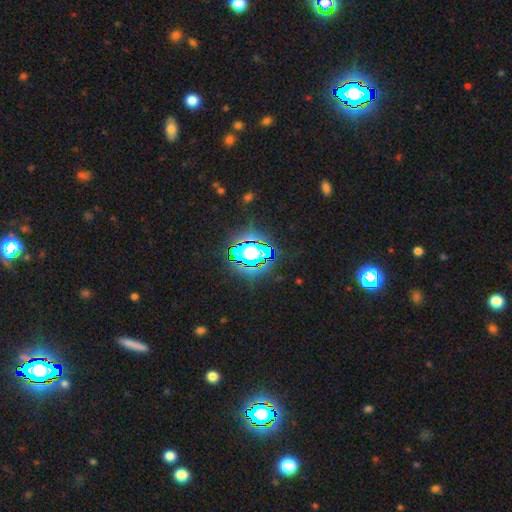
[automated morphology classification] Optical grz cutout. It shows a star or artifact, not a galaxy (68%).